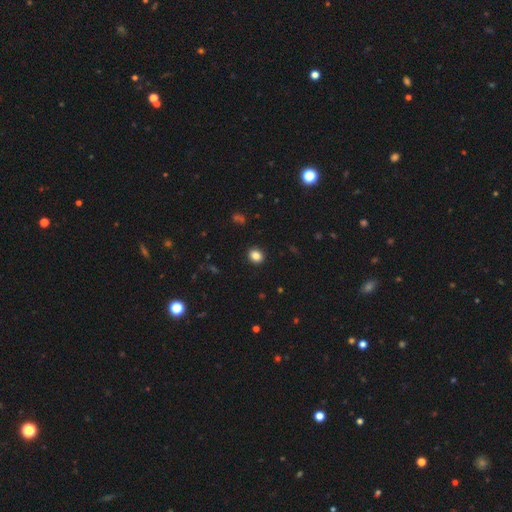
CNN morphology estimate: Smooth or featured: smooth — 86% (star or artifact — 10%)
How rounded: round — 62% (in between — 37%)
Merging: none — 91% (minor disturbance — 6%)